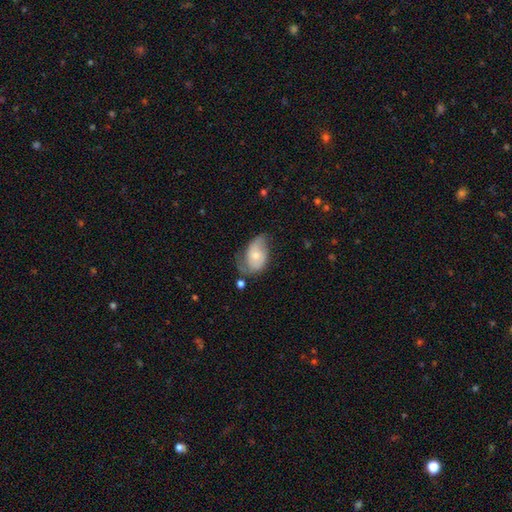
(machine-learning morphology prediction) smooth_or_featured: featured or disk (p=0.48) [alt: smooth p=0.45]
merging: minor disturbance (p=0.38) [alt: none p=0.37]